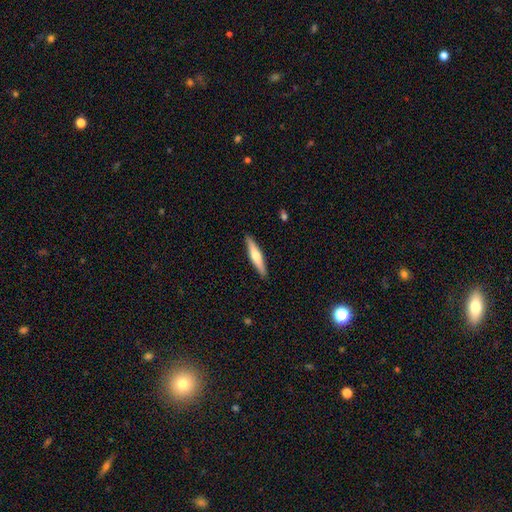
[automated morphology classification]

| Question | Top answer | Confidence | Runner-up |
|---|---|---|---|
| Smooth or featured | smooth | 53% | featured or disk (42%) |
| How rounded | cigar-shaped | 88% | in between (11%) |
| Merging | none | 90% | minor disturbance (7%) |